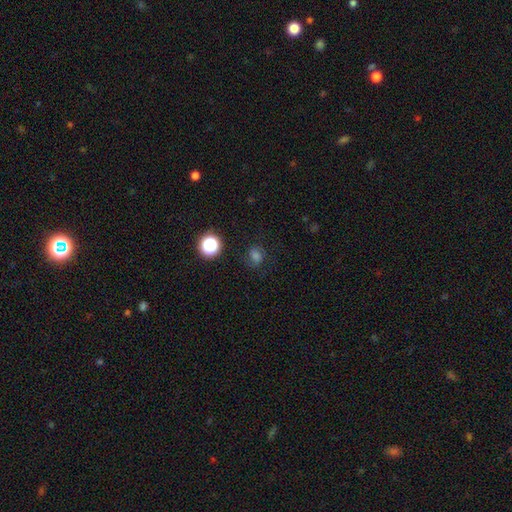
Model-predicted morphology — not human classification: Smooth or featured: smooth — 62% (star or artifact — 26%)
How rounded: round — 60% (in between — 38%)
Merging: none — 72% (minor disturbance — 17%)